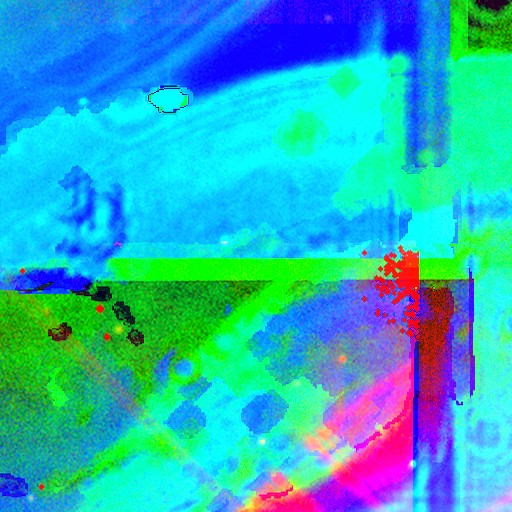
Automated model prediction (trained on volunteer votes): A star or artifact, not a galaxy (86%).

Vote fractions:
- Smooth or featured? star or artifact: 86% / featured or disk: 8% / smooth: 6%